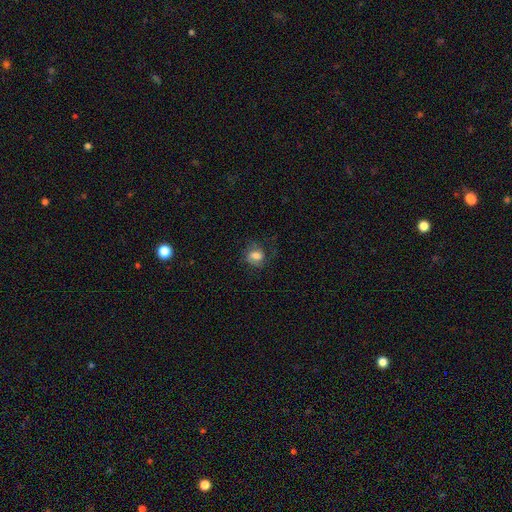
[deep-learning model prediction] smooth 58%, featured or disk 31%, star or artifact 10%. Down the decision tree: how rounded — in between (51%); merging — none (61%).